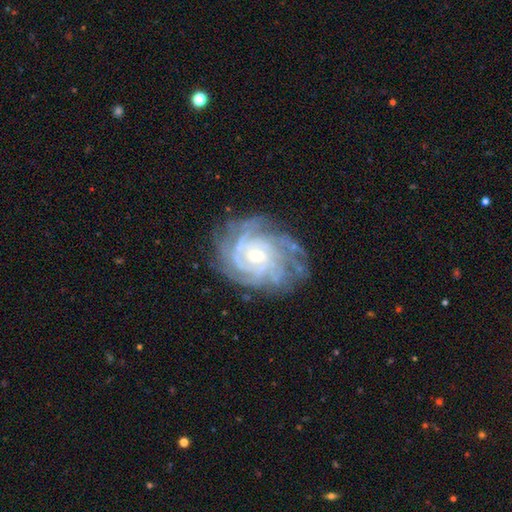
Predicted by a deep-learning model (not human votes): A featured or disk galaxy (89%) with no bar (63%), tight (78%) spiral arms (97%) and a small central bulge (59%). Merging: none (73%).